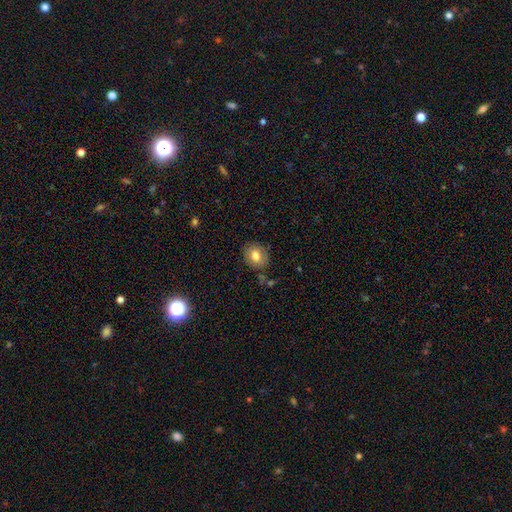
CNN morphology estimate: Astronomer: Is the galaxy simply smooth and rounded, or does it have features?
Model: smooth — 78%.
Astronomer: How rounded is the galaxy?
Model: round — 55% (runner-up: in between, 44%).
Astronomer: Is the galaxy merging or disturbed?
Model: none — 81%.